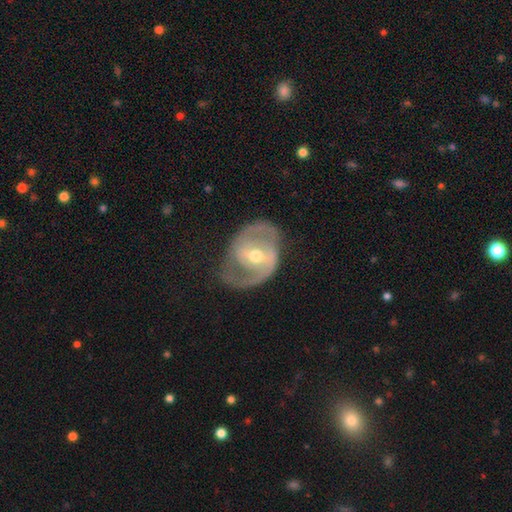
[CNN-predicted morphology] Smooth or featured: featured or disk — 86% (smooth — 9%)
Edge-on disk: no — 97% (yes — 3%)
Bar: weak — 45% (strong — 31%)
Spiral arms: yes — 91% (no — 9%)
Spiral winding: medium — 50% (tight — 32%)
Spiral arm count: 2 — 83% (1 — 7%)
Bulge size: moderate — 64% (small — 31%)
Merging: none — 68% (minor disturbance — 19%)